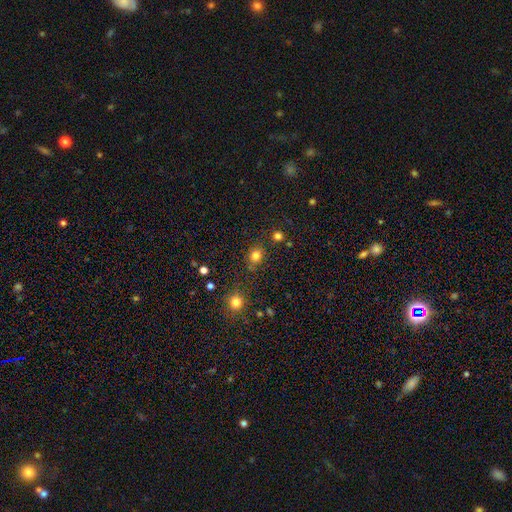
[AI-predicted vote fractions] A smooth galaxy with no disk features (79%) that is round (67%).

Vote fractions:
- Smooth or featured? smooth: 79% / star or artifact: 16% / featured or disk: 5%
- How rounded? round: 67% / in between: 32% / cigar-shaped: 1%
- Merging? none: 79% / minor disturbance: 12% / merger: 5% / major disturbance: 4%